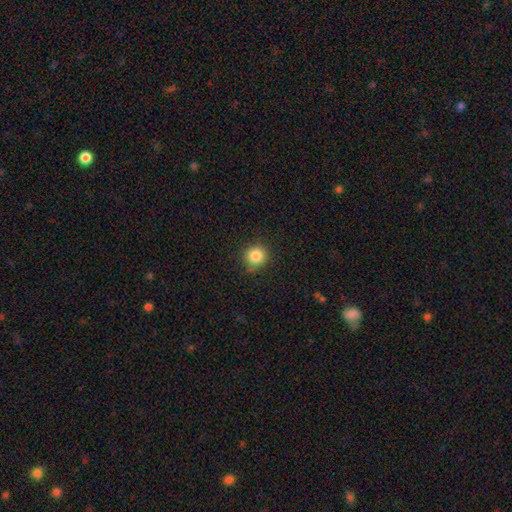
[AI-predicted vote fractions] Smooth or featured? Predicted: smooth (p=0.85). How rounded? Predicted: round (p=0.91). Merging? Predicted: none (p=0.86).